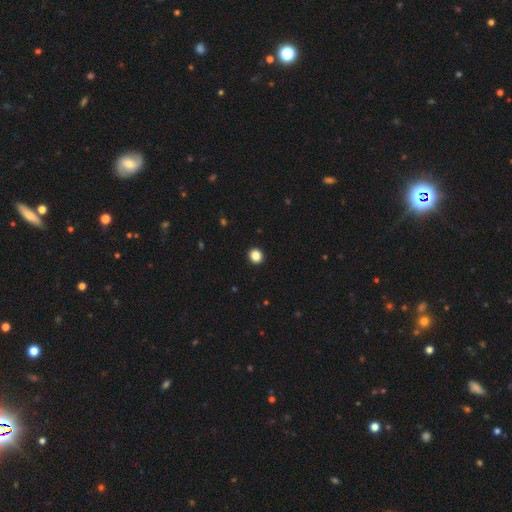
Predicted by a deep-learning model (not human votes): Morphology: type=smooth (87%); roundness=round (87%); merging=none (94%).